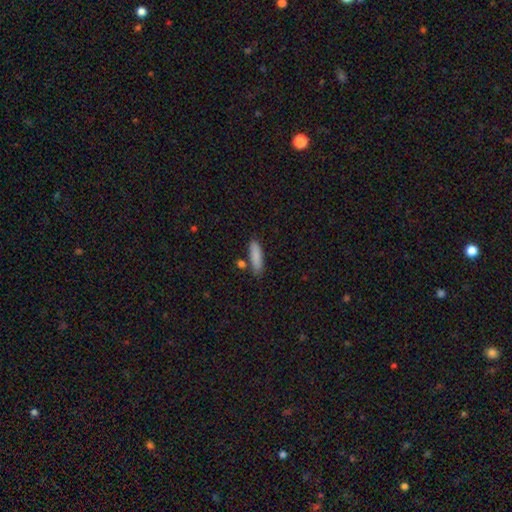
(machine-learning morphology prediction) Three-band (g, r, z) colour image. It shows a smooth galaxy with no disk features (86%) that is cigar-shaped (68%). Merging: none (76%).